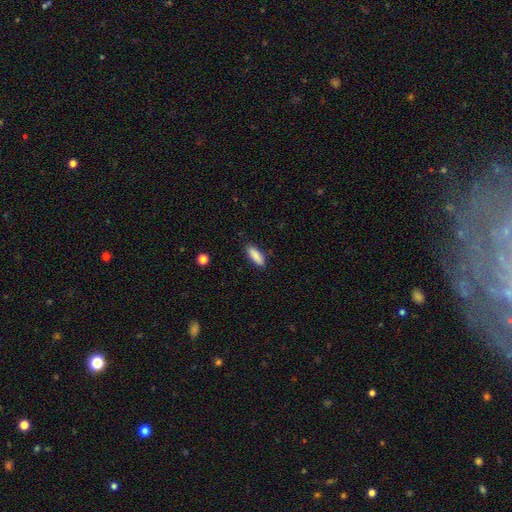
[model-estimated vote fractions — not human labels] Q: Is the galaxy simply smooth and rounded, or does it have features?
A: smooth — 89%.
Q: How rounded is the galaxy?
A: in between — 66%.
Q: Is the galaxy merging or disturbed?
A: none — 85%.